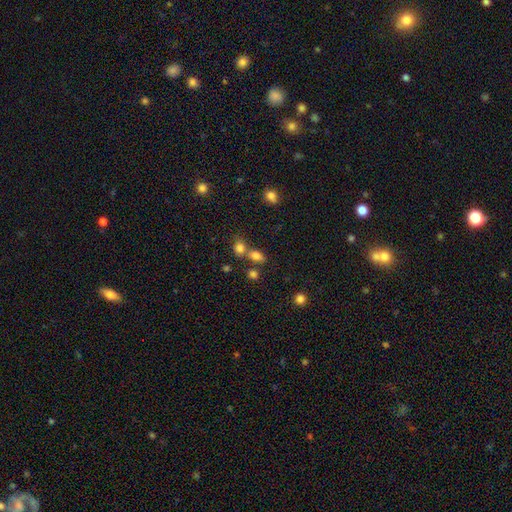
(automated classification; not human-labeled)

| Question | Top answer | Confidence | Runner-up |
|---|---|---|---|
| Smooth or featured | smooth | 79% | star or artifact (14%) |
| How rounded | in between | 76% | round (22%) |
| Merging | none | 52% | merger (33%) |